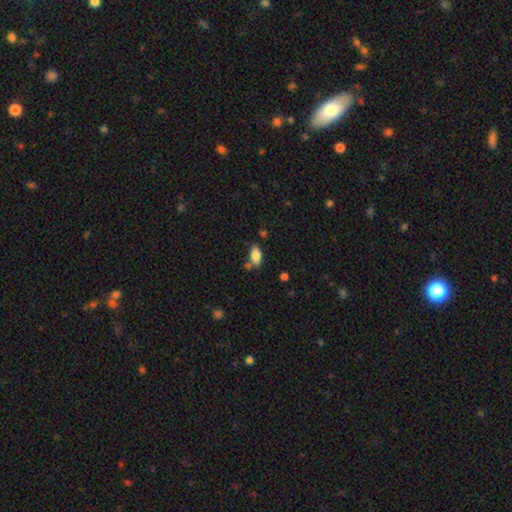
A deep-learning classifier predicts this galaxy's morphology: Overall: smooth (84%). How rounded: in between (92%). Merging: none (62%).